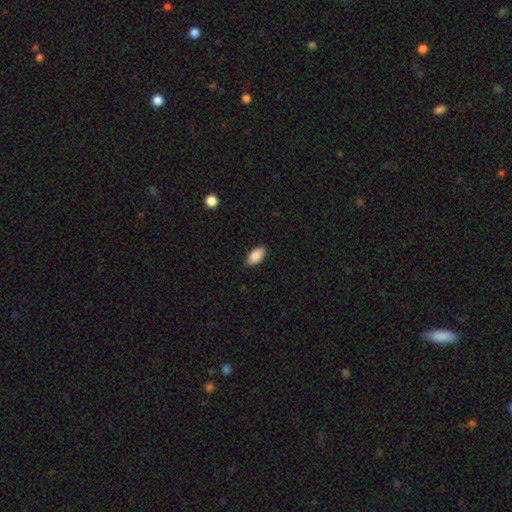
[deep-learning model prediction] The model was most divided on "merging": none: 85%, minor disturbance: 12%, major disturbance: 2%, merger: 1%. More confident: how rounded — in between (94%); smooth or featured — smooth (90%).